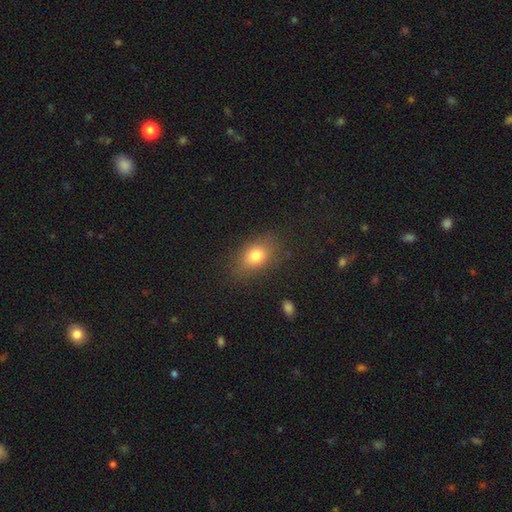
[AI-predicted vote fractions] smooth 79%, star or artifact 11%, featured or disk 10%. Down the decision tree: how rounded — in between (73%); merging — none (79%).